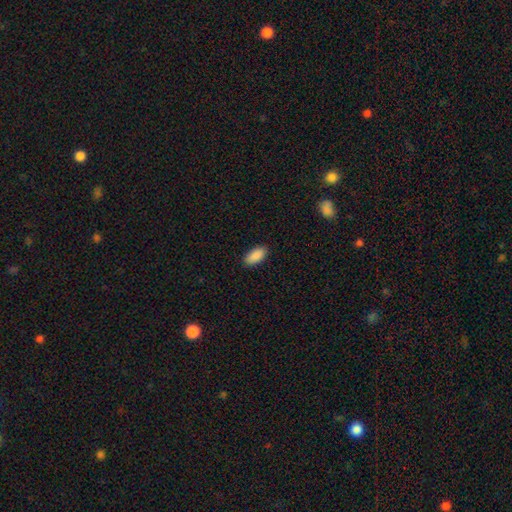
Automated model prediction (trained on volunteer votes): smooth-or-featured: smooth: 91% | star or artifact: 6% | featured or disk: 3%
  how-rounded: in between: 93% | cigar-shaped: 5% | round: 2%
  merging: none: 89% | minor disturbance: 8% | major disturbance: 2% | merger: 1%